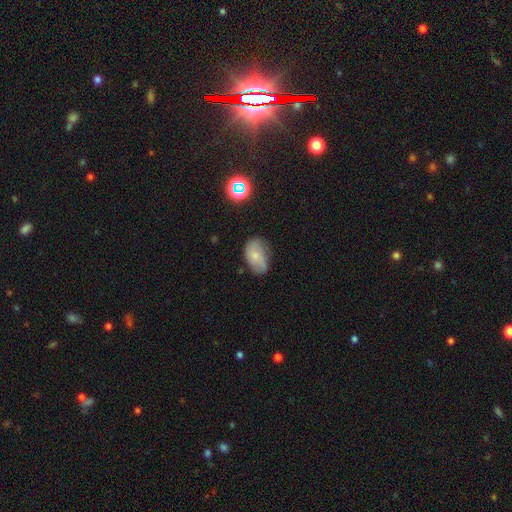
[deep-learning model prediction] smooth-or-featured: smooth: 57% | featured or disk: 33% | star or artifact: 10%
  how-rounded: in between: 89% | round: 9% | cigar-shaped: 2%
  merging: none: 57% | minor disturbance: 31% | major disturbance: 9% | merger: 2%